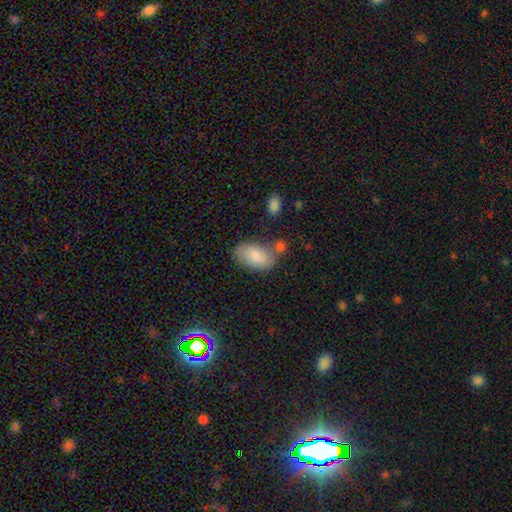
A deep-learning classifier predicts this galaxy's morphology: Q: Smooth or featured?
A: smooth (81%); runner-up: featured or disk (13%)
Q: How rounded?
A: in between (93%); runner-up: round (5%)
Q: Merging?
A: none (64%); runner-up: minor disturbance (18%)